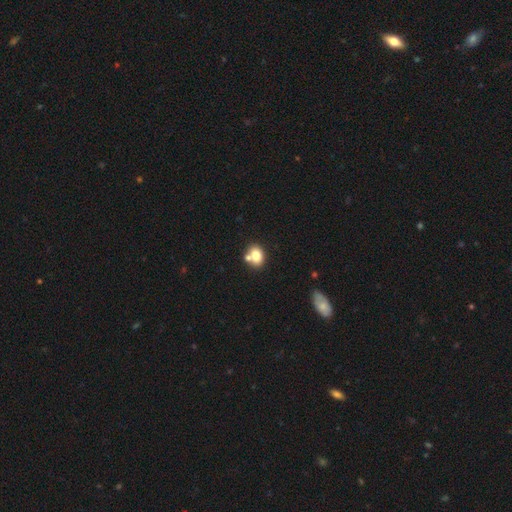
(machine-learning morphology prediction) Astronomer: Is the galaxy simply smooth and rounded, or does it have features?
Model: smooth — 78%.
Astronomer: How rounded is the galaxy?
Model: in between — 66%.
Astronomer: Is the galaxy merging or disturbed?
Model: none — 54% (runner-up: merger, 31%).